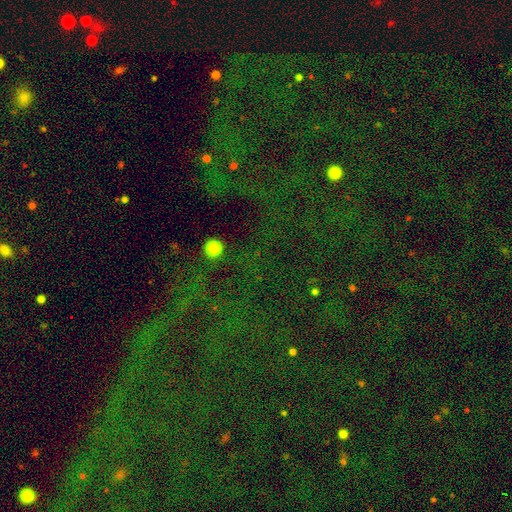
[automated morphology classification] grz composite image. It shows a star or artifact, not a galaxy (81%).